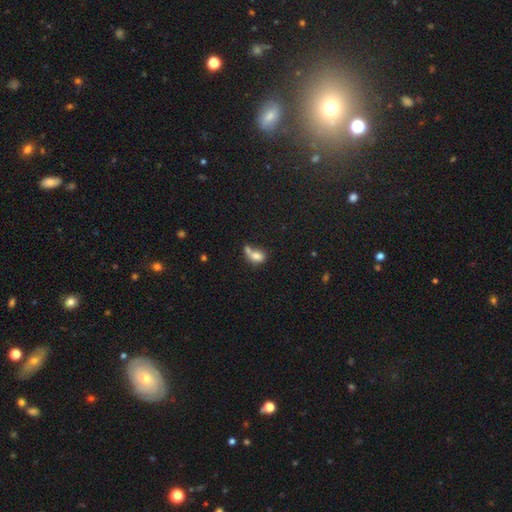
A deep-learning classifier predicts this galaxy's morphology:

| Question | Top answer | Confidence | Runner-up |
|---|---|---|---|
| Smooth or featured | smooth | 73% | featured or disk (16%) |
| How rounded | in between | 73% | round (23%) |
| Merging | merger | 48% | none (23%) |